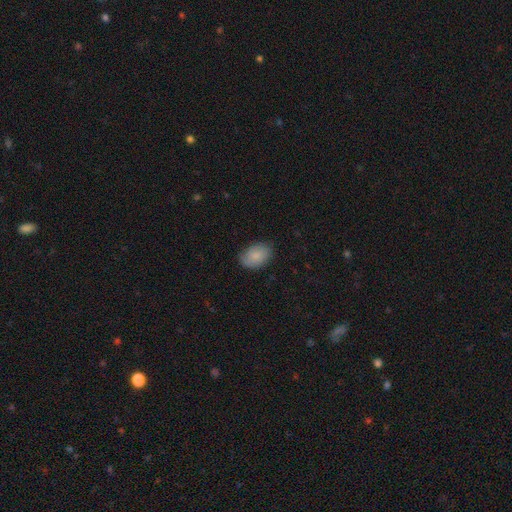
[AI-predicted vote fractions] smooth-or-featured: smooth: 80% | featured or disk: 13% | star or artifact: 7%
  how-rounded: in between: 84% | round: 15% | cigar-shaped: 1%
  merging: none: 75% | minor disturbance: 21% | major disturbance: 4% | merger: 1%